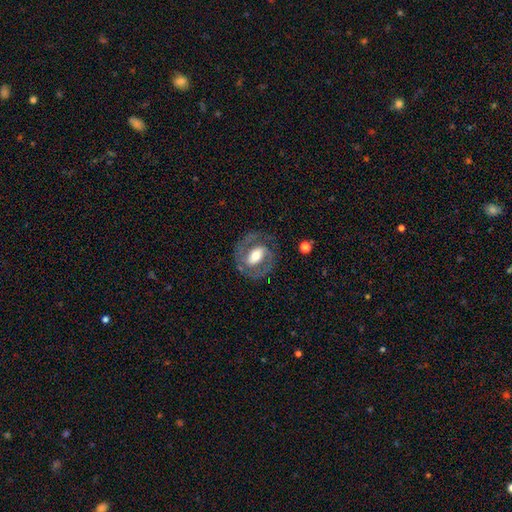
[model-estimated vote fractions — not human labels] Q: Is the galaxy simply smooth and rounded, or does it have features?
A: featured or disk — 78%.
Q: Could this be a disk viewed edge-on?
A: no — 96%.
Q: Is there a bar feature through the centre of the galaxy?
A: strong — 38%.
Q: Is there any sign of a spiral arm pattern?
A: yes — 83%.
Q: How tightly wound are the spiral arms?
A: medium — 47%.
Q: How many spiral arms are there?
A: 2 — 84%.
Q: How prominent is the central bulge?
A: moderate — 61%.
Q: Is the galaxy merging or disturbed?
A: none — 76%.